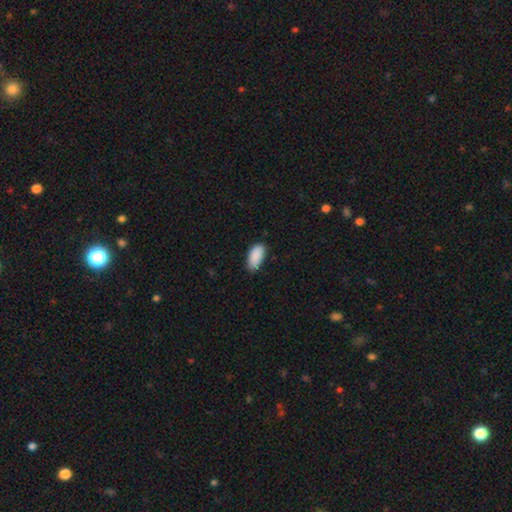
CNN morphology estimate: This appears to be a smooth galaxy with no disk features (89%) that is in between round and cigar-shaped (92%). Merging: none (74%).